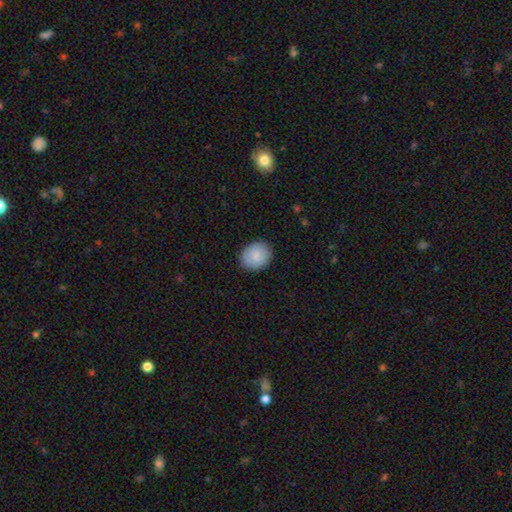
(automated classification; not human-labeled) smooth-or-featured: smooth: 87% | star or artifact: 7% | featured or disk: 6%
  how-rounded: round: 64% | in between: 35% | cigar-shaped: 1%
  merging: none: 88% | minor disturbance: 9% | major disturbance: 2% | merger: 1%